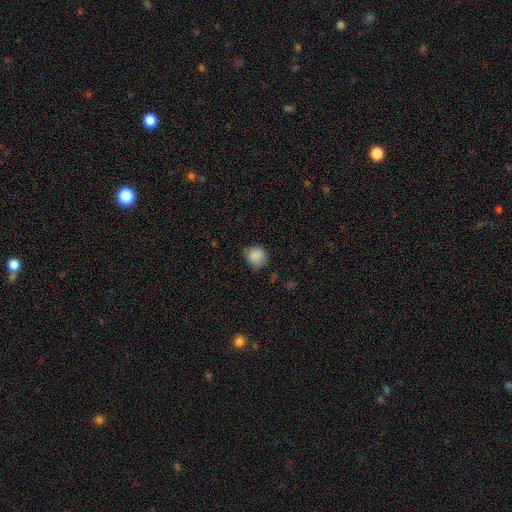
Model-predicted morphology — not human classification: Smooth or featured: smooth — 87% (star or artifact — 9%)
How rounded: round — 88% (in between — 11%)
Merging: none — 75% (minor disturbance — 20%)